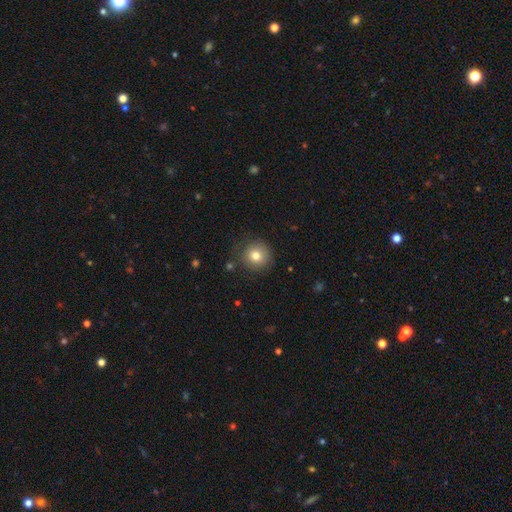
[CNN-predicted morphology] Overall: smooth (77%). How rounded: round (93%). Merging: none (82%).